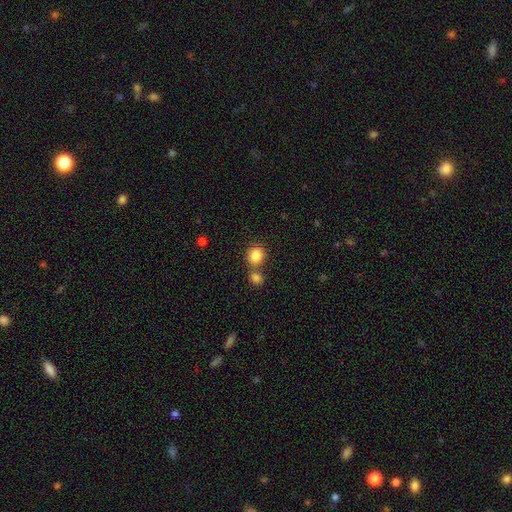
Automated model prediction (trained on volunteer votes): Smooth or featured? Predicted: smooth (p=0.85). How rounded? Predicted: round (p=0.79). Merging? Predicted: none (p=0.55).